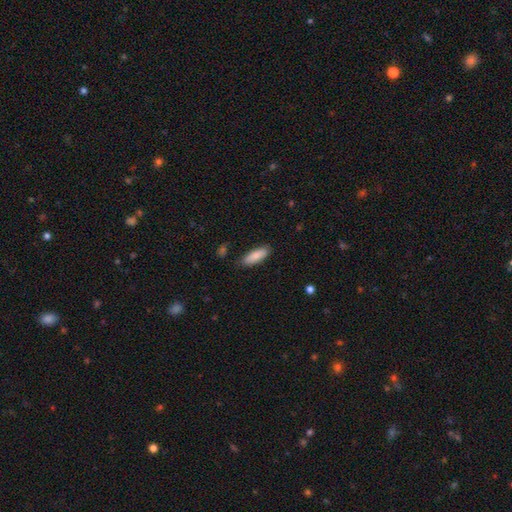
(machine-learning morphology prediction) Smooth or featured: smooth — 86% (featured or disk — 8%)
How rounded: in between — 63% (cigar-shaped — 35%)
Merging: none — 84% (minor disturbance — 12%)